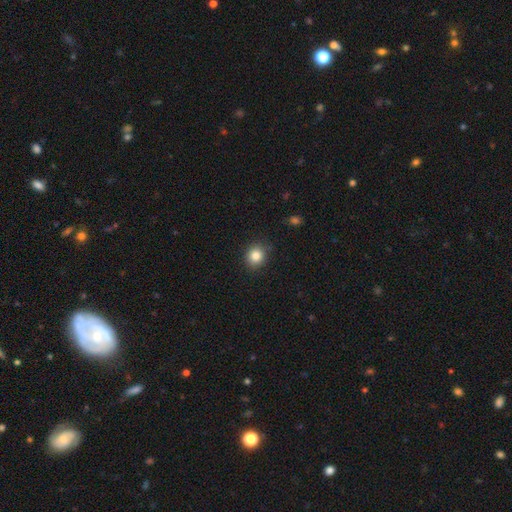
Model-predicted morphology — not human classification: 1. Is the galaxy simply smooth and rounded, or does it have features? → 84% smooth, 10% star or artifact, 6% featured or disk.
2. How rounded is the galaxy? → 80% round, 19% in between, 1% cigar-shaped.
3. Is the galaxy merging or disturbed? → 86% none, 10% minor disturbance, 2% major disturbance, 1% merger.